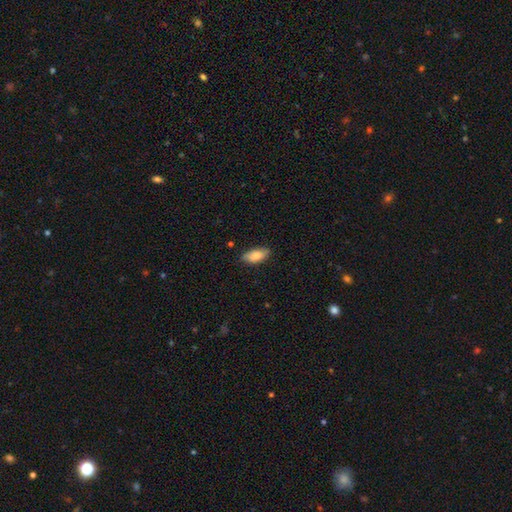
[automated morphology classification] type=smooth (82%); roundness=in between (86%); merging=none (79%).